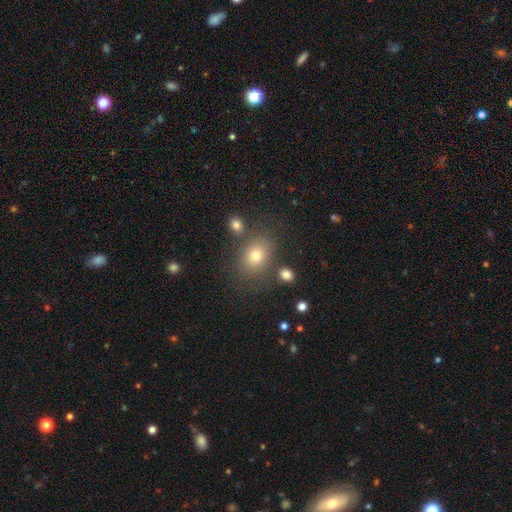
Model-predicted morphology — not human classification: smooth 75%, star or artifact 13%, featured or disk 12%. Down the decision tree: how rounded — in between (61%); merging — none (73%).